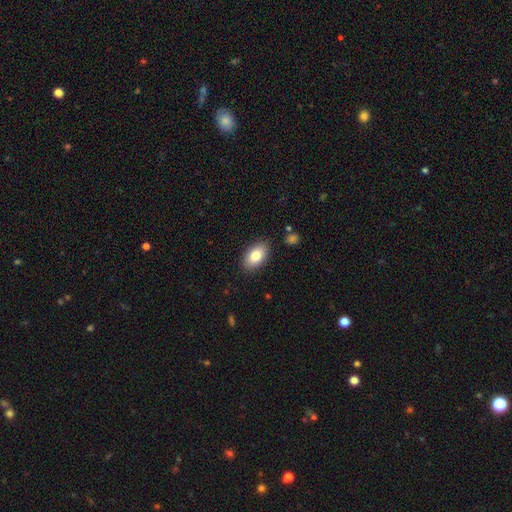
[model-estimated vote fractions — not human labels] This is clearly a smooth galaxy (81%). How rounded: clearly in between (92%). Merging: clearly none (86%).